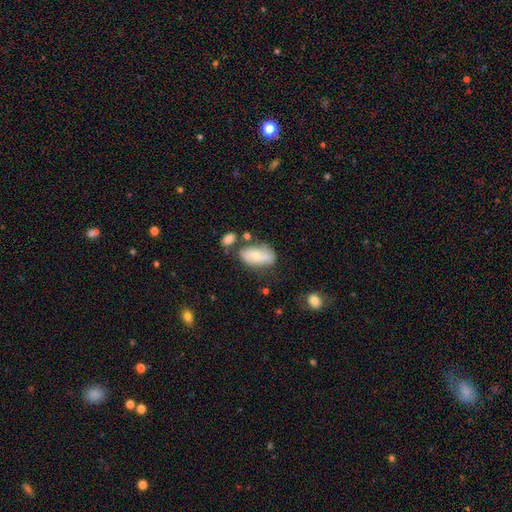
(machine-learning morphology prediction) This is possibly a smooth galaxy (54%). How rounded: clearly in between (91%). Merging: possibly none (57%).